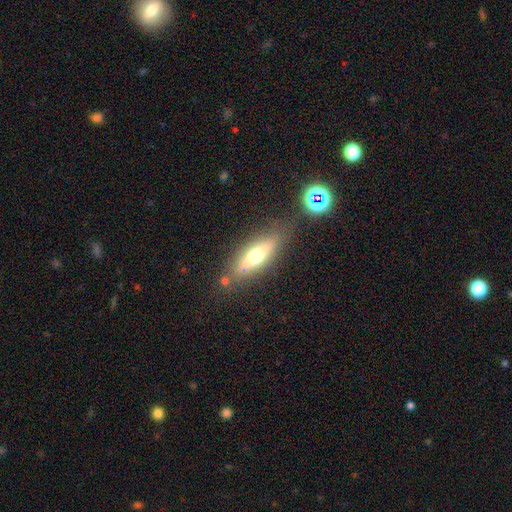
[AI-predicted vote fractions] A smooth galaxy with no disk features (58%) that is in between round and cigar-shaped (51%).

Vote fractions:
- Smooth or featured? smooth: 58% / featured or disk: 34% / star or artifact: 8%
- How rounded? in between: 51% / cigar-shaped: 46% / round: 3%
- Merging? none: 74% / minor disturbance: 15% / merger: 6% / major disturbance: 5%